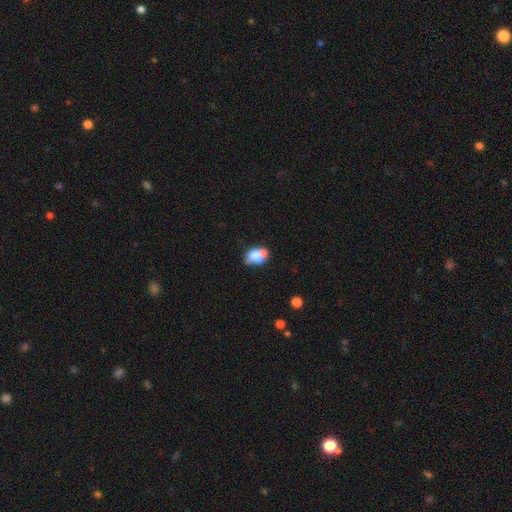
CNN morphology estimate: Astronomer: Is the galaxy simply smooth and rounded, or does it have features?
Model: smooth — 65%.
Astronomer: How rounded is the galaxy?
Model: in between — 74%.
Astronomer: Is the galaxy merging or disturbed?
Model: merger — 43% (runner-up: none, 33%).